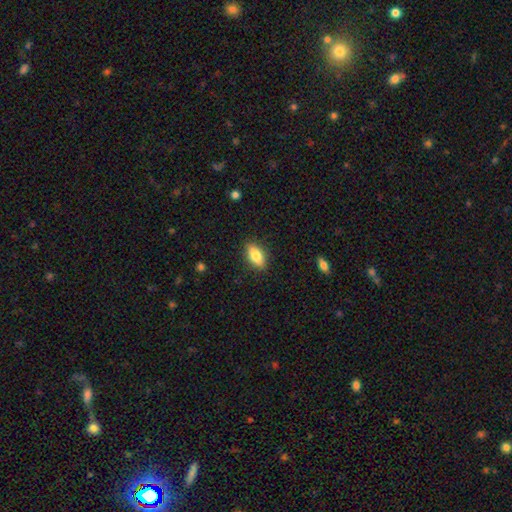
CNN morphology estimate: Smooth or featured? Predicted: smooth (p=0.77). How rounded? Predicted: in between (p=0.83). Merging? Predicted: none (p=0.87).